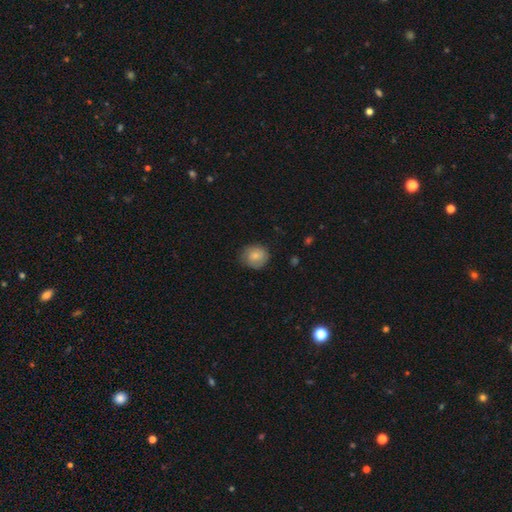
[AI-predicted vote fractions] Smooth or featured? smooth (71%)
How rounded? round (77%)
Merging? none (75%)